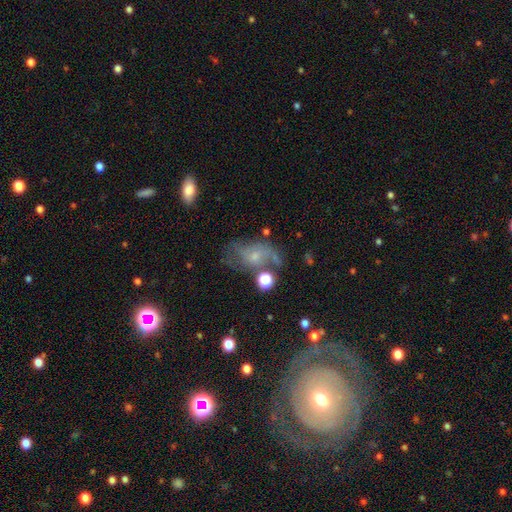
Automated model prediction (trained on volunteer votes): Smooth or featured? featured or disk (55%)
Edge-on disk? no (95%)
Bar? no (74%)
Spiral arms? yes (70%)
Bulge size? small (61%)
Merging? none (43%)